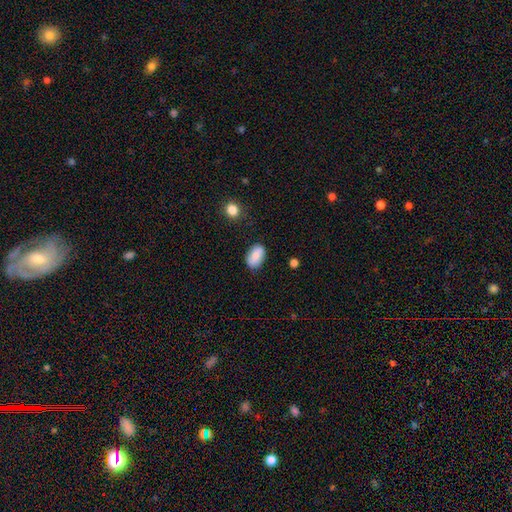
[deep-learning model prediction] Morphology: type=smooth (83%); roundness=in between (90%); merging=none (80%).